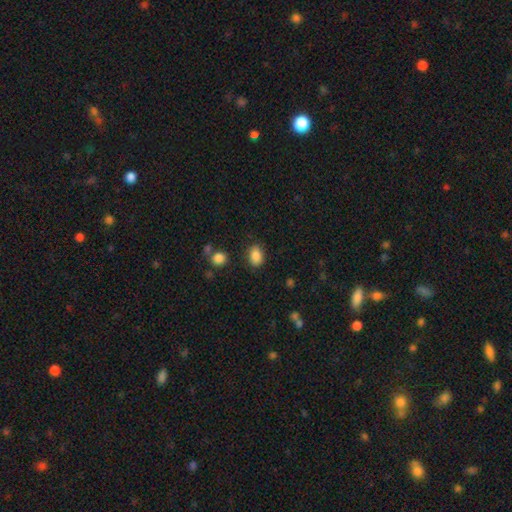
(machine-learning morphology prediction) A smooth galaxy with no disk features (87%) that is in between round and cigar-shaped (80%).

Vote fractions:
- Smooth or featured? smooth: 87% / star or artifact: 9% / featured or disk: 4%
- How rounded? in between: 80% / round: 19% / cigar-shaped: 1%
- Merging? none: 83% / minor disturbance: 11% / major disturbance: 3% / merger: 3%